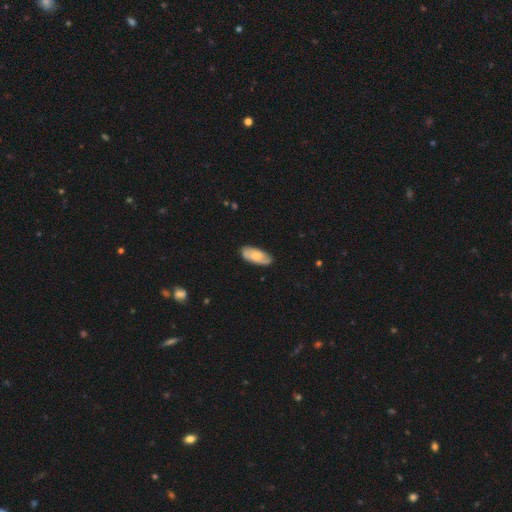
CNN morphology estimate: This is likely a smooth galaxy (68%). How rounded: clearly in between (86%). Merging: clearly none (83%).